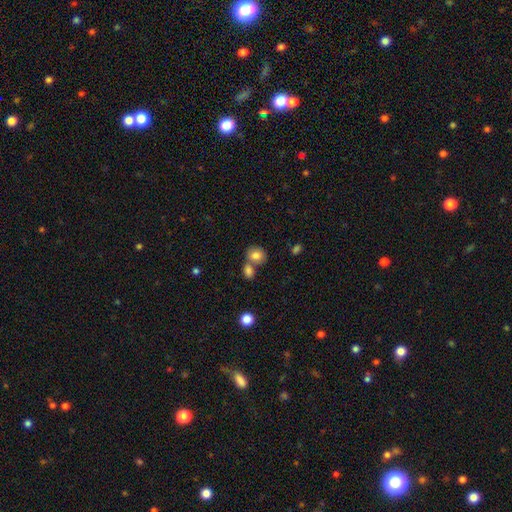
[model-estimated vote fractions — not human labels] This is clearly a smooth galaxy (81%). How rounded: likely round (64%). Merging: possibly none (47%).